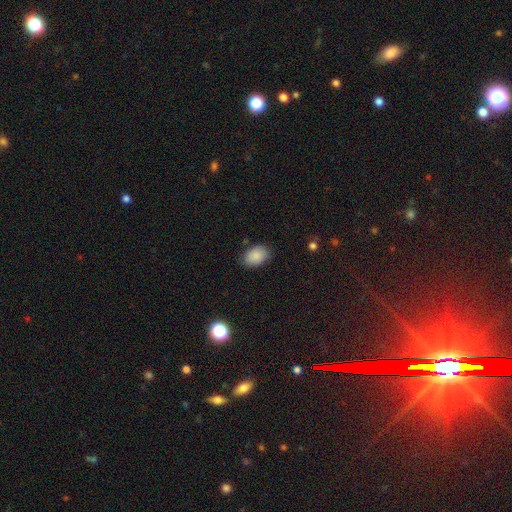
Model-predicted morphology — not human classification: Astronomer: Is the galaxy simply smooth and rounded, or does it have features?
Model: smooth — 87%.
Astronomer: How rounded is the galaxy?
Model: in between — 85%.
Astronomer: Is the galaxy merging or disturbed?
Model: none — 79%.